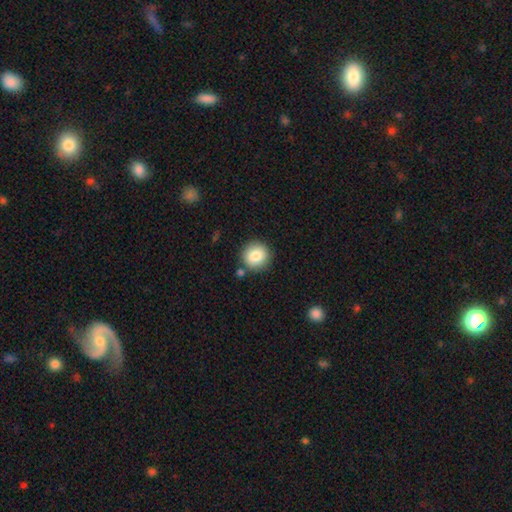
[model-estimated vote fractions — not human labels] The model was most divided on "merging": none: 83%, minor disturbance: 8%, merger: 6%, major disturbance: 2%. More confident: how rounded — round (92%); smooth or featured — smooth (84%).